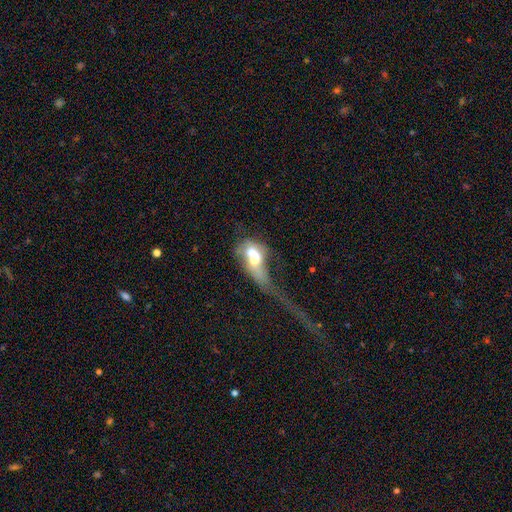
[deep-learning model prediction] smooth-or-featured: smooth: 47% | featured or disk: 43% | star or artifact: 10%
  merging: merger: 41% | major disturbance: 40% | none: 10% | minor disturbance: 9%